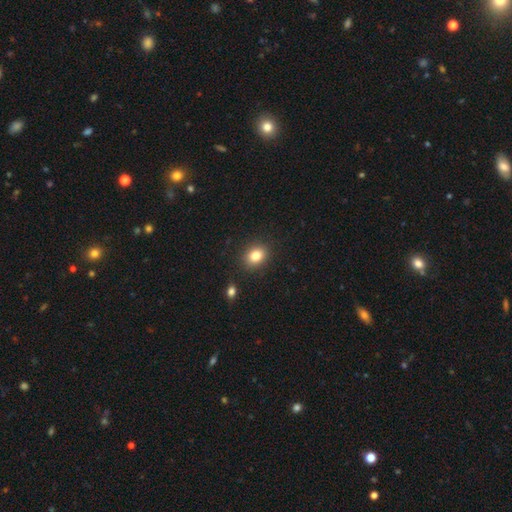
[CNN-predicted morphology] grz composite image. It shows a smooth galaxy with no disk features (82%) that is in between round and cigar-shaped (53%). Merging: none (88%).